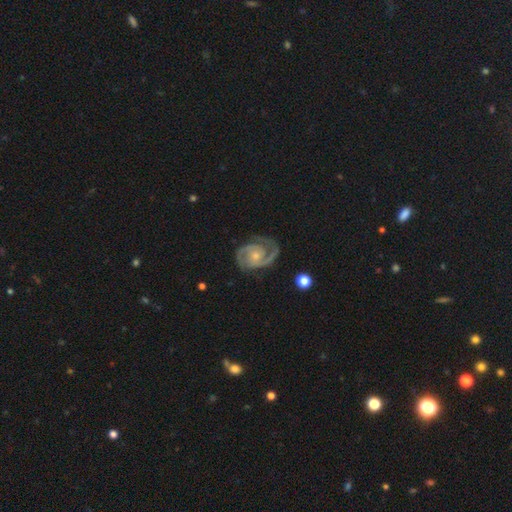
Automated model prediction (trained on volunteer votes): This is clearly a featured or disk galaxy (92%). It is clearly not viewed edge-on (98%). Bar: likely no (67%). Spiral arm pattern: clearly yes (98%). Spiral arm count: clearly 2 (89%). Spiral winding: possibly tight (46%, tied with medium). Central bulge: possibly small (59%). Merging: likely none (74%).